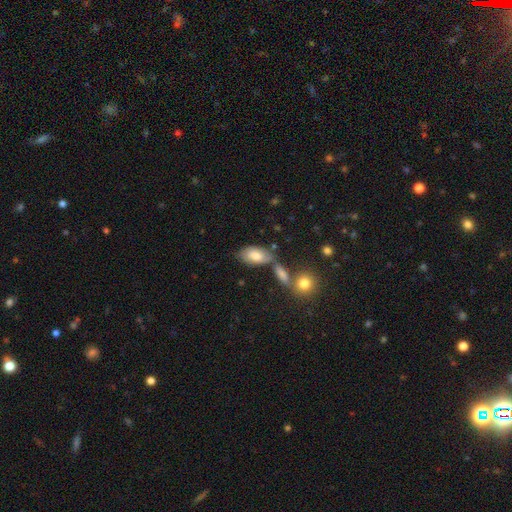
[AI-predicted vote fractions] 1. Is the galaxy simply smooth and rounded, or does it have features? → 77% smooth, 16% featured or disk, 7% star or artifact.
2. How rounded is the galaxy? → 92% in between, 4% cigar-shaped, 4% round.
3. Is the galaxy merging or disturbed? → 53% none, 21% merger, 19% minor disturbance, 7% major disturbance.